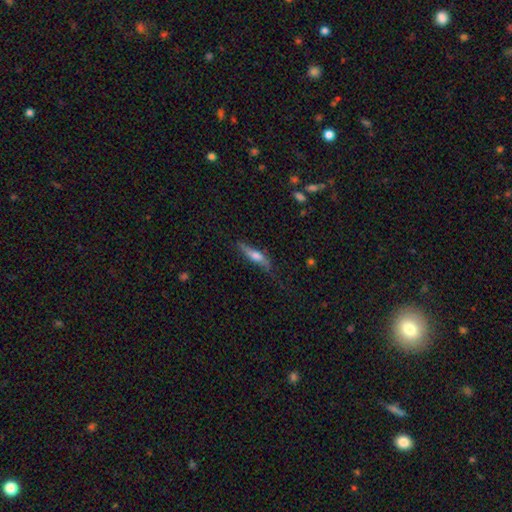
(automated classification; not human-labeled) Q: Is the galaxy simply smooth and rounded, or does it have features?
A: smooth — 48%.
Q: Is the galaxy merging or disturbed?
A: none — 65%.